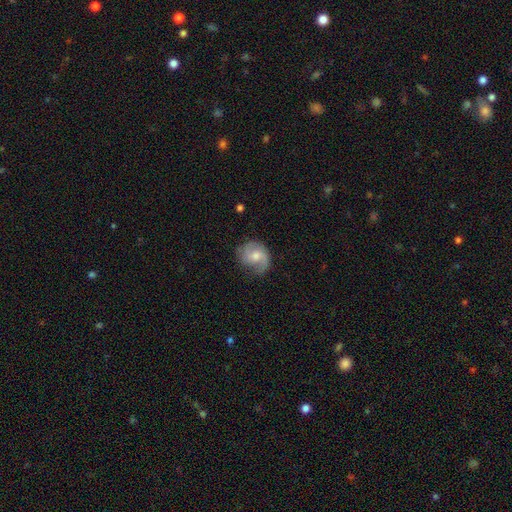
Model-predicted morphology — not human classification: featured or disk 69%, smooth 23%, star or artifact 7%. Down the decision tree: edge-on disk — no (97%); bar — no (53%); spiral arms — yes (93%); spiral arm count — 2 (70%); spiral winding — medium (45%); bulge size — moderate (58%); merging — none (67%).